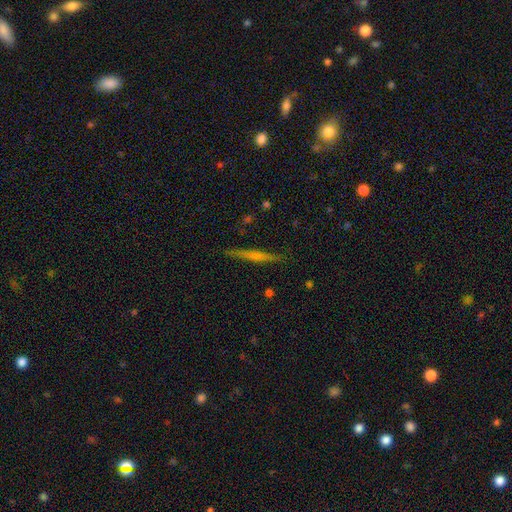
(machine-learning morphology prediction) A featured or disk galaxy (56%) viewed edge-on (94%) with a rounded central bulge (52%).

Vote fractions:
- Smooth or featured? featured or disk: 56% / smooth: 29% / star or artifact: 15%
- Edge-on disk? yes: 94% / no: 6%
- Edge-on bulge? rounded: 52% / none: 37% / boxy: 11%
- Merging? none: 87% / minor disturbance: 9% / major disturbance: 2% / merger: 2%